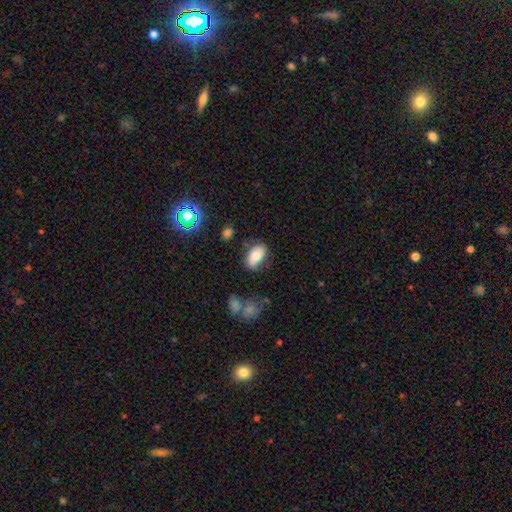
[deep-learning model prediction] Smooth or featured?
  - smooth: 75% *
  - featured or disk: 16%
  - star or artifact: 9%
How rounded?
  - in between: 91% *
  - round: 7%
  - cigar-shaped: 2%
Merging?
  - none: 71% *
  - minor disturbance: 20%
  - major disturbance: 5%
  - merger: 4%